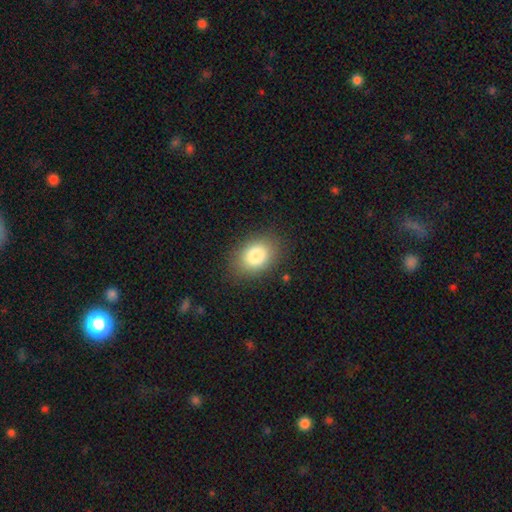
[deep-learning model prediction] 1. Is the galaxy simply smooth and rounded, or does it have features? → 83% smooth, 9% star or artifact, 8% featured or disk.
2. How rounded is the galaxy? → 74% in between, 25% round, 1% cigar-shaped.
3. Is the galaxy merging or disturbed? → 85% none, 10% minor disturbance, 4% major disturbance, 1% merger.